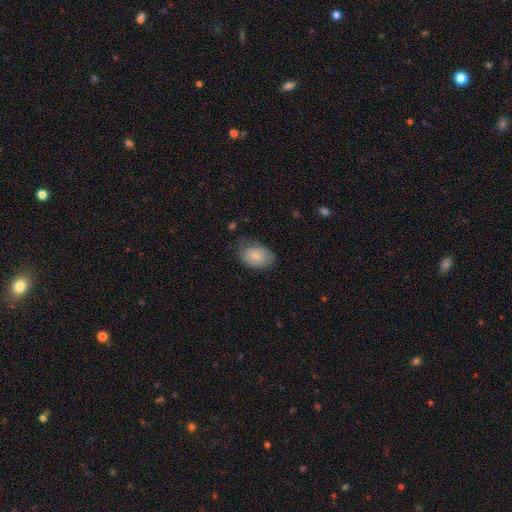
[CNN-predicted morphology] smooth 82%, featured or disk 11%, star or artifact 7%. Down the decision tree: how rounded — in between (84%); merging — none (63%).